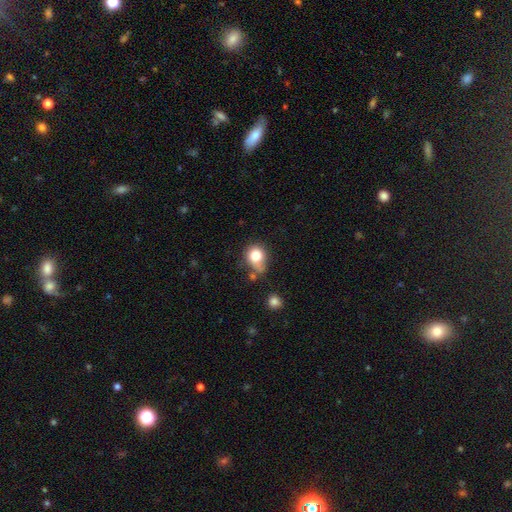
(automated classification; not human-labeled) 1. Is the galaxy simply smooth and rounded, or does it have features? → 78% smooth, 11% featured or disk, 10% star or artifact.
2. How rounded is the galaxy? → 68% round, 31% in between, 1% cigar-shaped.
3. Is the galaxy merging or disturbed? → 44% none, 30% minor disturbance, 13% major disturbance, 13% merger.